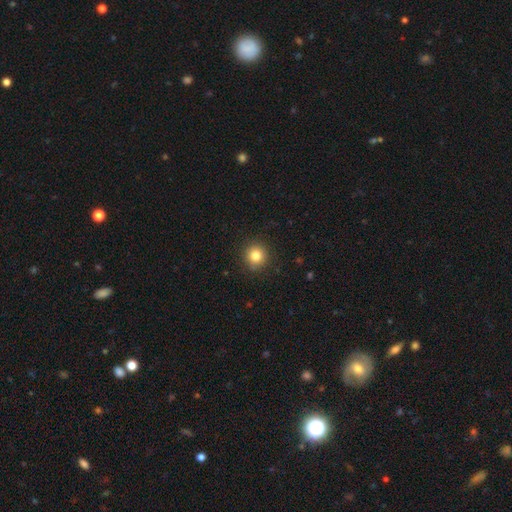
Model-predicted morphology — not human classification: Smooth or featured: smooth — 83% (star or artifact — 11%)
How rounded: round — 93% (in between — 6%)
Merging: none — 89% (minor disturbance — 7%)